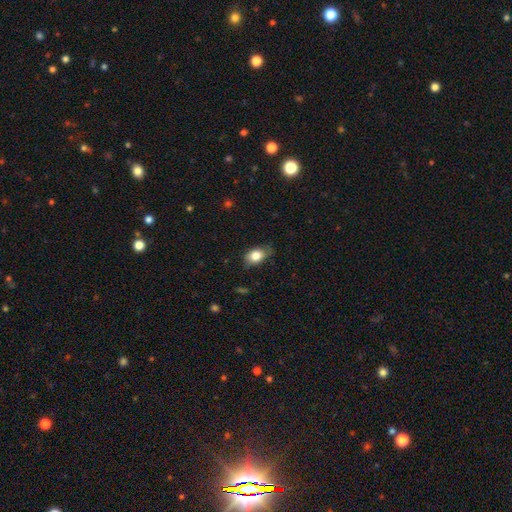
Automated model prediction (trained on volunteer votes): smooth_or_featured: smooth (p=0.79) [alt: featured or disk p=0.13]
how_rounded: in between (p=0.79) [alt: round p=0.19]
merging: none (p=0.67) [alt: minor disturbance p=0.26]